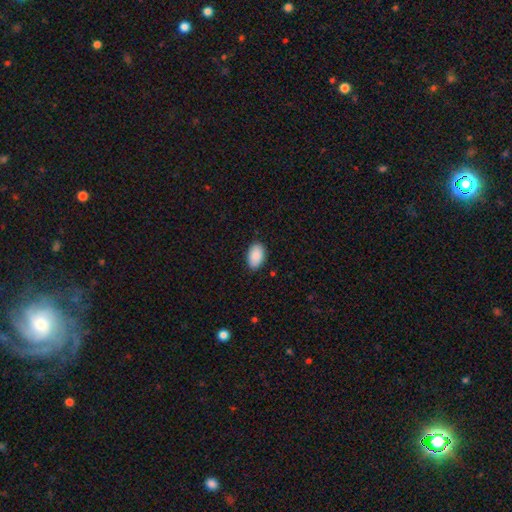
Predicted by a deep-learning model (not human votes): Overall: smooth (90%). How rounded: in between (94%). Merging: none (86%).